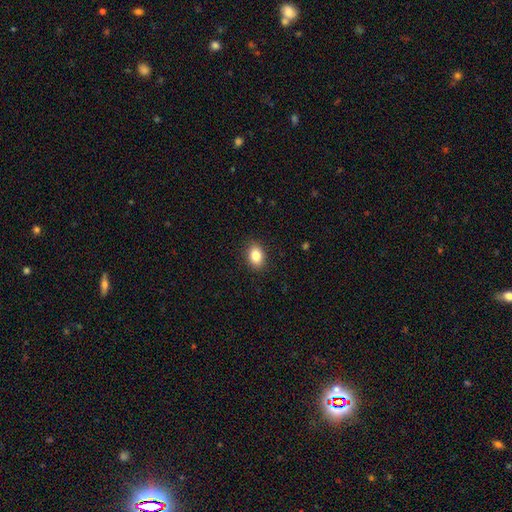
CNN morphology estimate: Smooth or featured?
  - smooth: 84% *
  - star or artifact: 9%
  - featured or disk: 7%
How rounded?
  - in between: 76% *
  - round: 23%
  - cigar-shaped: 1%
Merging?
  - none: 89% *
  - minor disturbance: 8%
  - major disturbance: 2%
  - merger: 1%